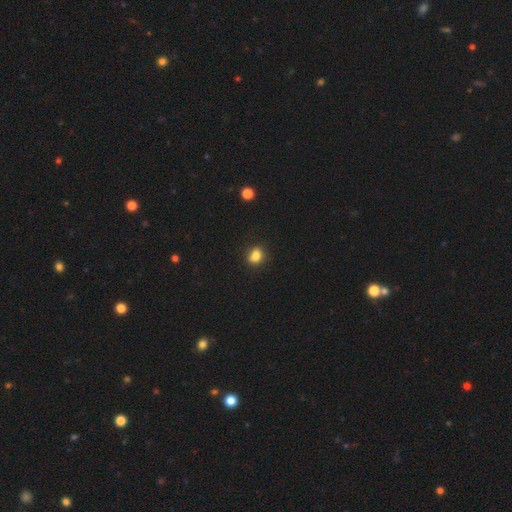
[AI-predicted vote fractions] smooth 82%, star or artifact 12%, featured or disk 6%. Down the decision tree: how rounded — round (50%); merging — none (76%).